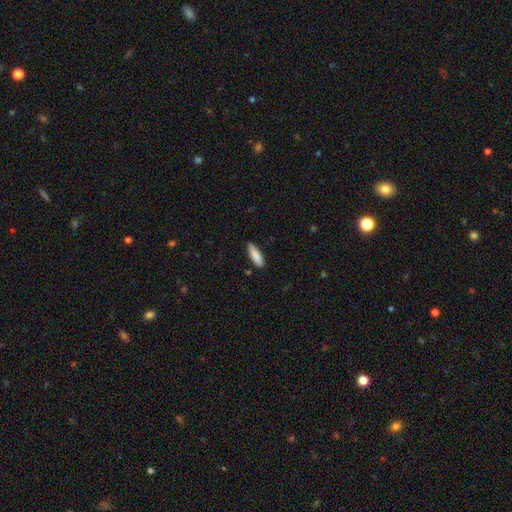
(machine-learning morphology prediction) This is clearly a smooth galaxy (85%). How rounded: possibly cigar-shaped (59%). Merging: clearly none (87%).